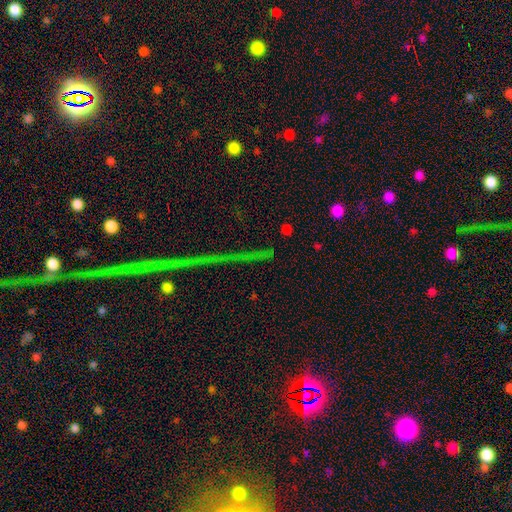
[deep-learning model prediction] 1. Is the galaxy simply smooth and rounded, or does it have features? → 81% star or artifact, 10% featured or disk, 9% smooth.